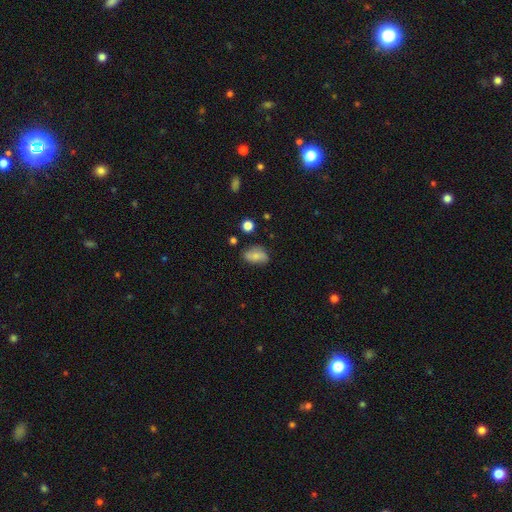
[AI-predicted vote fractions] This appears to be a smooth galaxy with no disk features (71%) that is in between round and cigar-shaped (86%). Merging: none (68%).